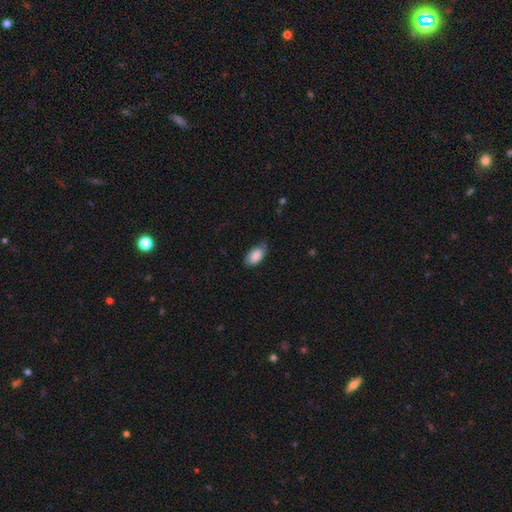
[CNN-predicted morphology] Smooth or featured?
  - smooth: 85% *
  - featured or disk: 8%
  - star or artifact: 6%
How rounded?
  - in between: 94% *
  - round: 4%
  - cigar-shaped: 2%
Merging?
  - none: 64% *
  - minor disturbance: 29%
  - major disturbance: 6%
  - merger: 1%